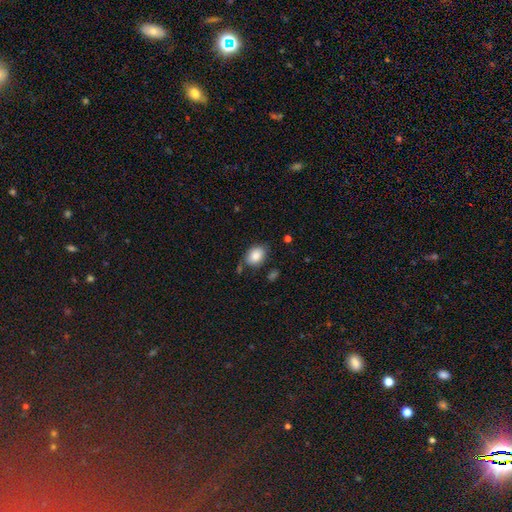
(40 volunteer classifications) Overall: smooth (85%). How rounded: in between (65%; round 35%). Merging: none (77%).